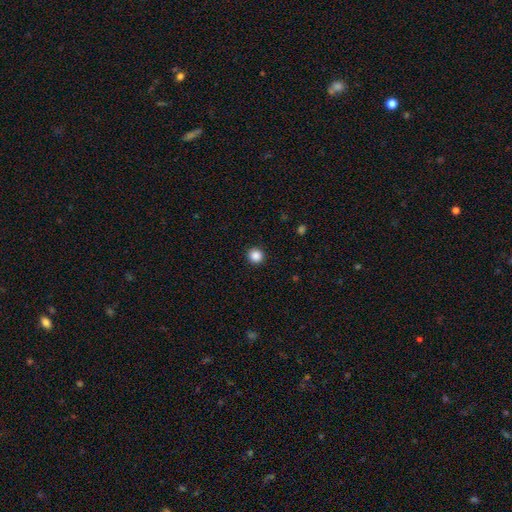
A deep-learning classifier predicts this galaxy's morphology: Q: Smooth or featured?
A: smooth (87%); runner-up: star or artifact (11%)
Q: How rounded?
A: round (95%); runner-up: in between (4%)
Q: Merging?
A: none (93%); runner-up: minor disturbance (5%)